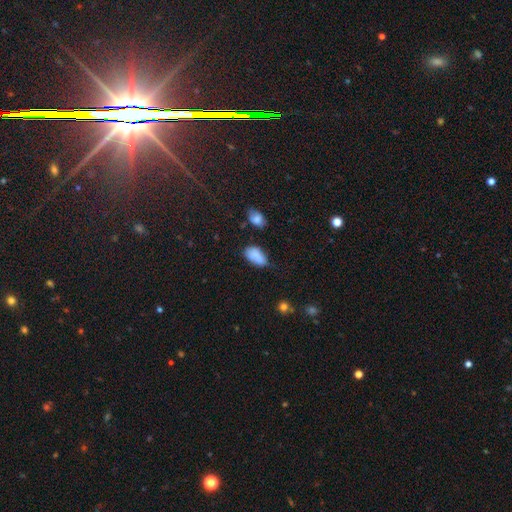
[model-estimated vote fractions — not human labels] Smooth or featured? smooth (83%)
How rounded? in between (92%)
Merging? none (45%)